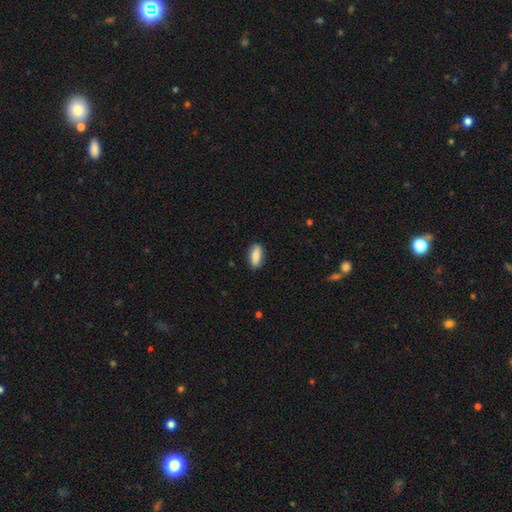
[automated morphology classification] A smooth galaxy with no disk features (82%) that is in between round and cigar-shaped (73%).

Vote fractions:
- Smooth or featured? smooth: 82% / featured or disk: 12% / star or artifact: 6%
- How rounded? in between: 73% / cigar-shaped: 24% / round: 3%
- Merging? none: 87% / minor disturbance: 10% / major disturbance: 2% / merger: 1%